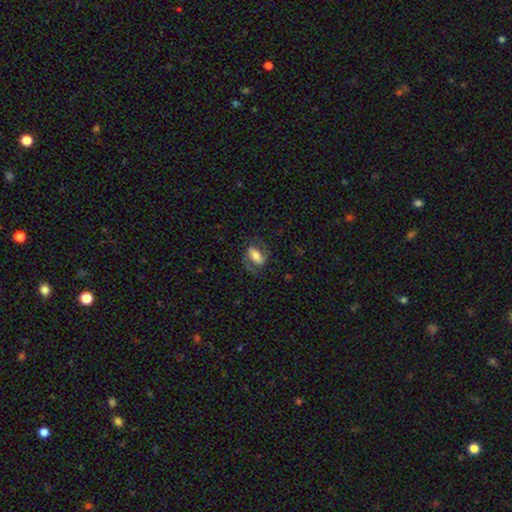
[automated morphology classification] type=featured or disk (56%); edge-on=no (92%); bar=strong (45%); spiral arms=yes (82%); bulge=moderate (46%); merging=none (68%).